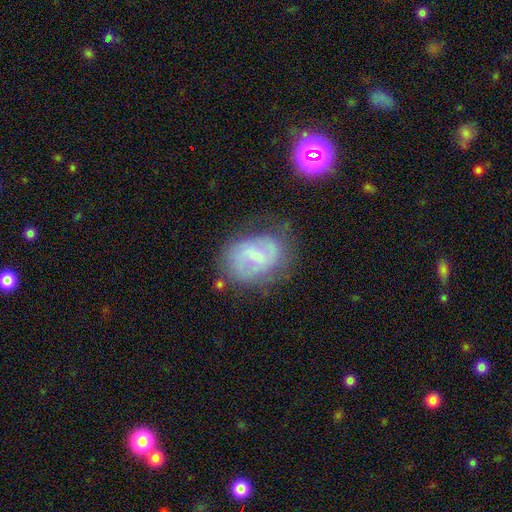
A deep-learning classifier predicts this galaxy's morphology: Overall: featured or disk (61%; smooth 29%). Edge-on disk: no (96%). Bar: weak (54%; strong 23%). Spiral arms: yes (68%; no 32%). Bulge size: small (60%; moderate 23%). Merging: none (57%; minor disturbance 26%).